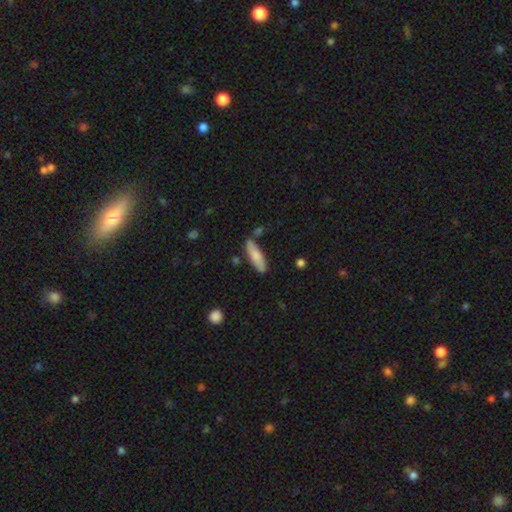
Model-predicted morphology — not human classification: Q: Smooth or featured?
A: smooth (79%); runner-up: featured or disk (15%)
Q: How rounded?
A: cigar-shaped (60%); runner-up: in between (38%)
Q: Merging?
A: none (78%); runner-up: minor disturbance (14%)